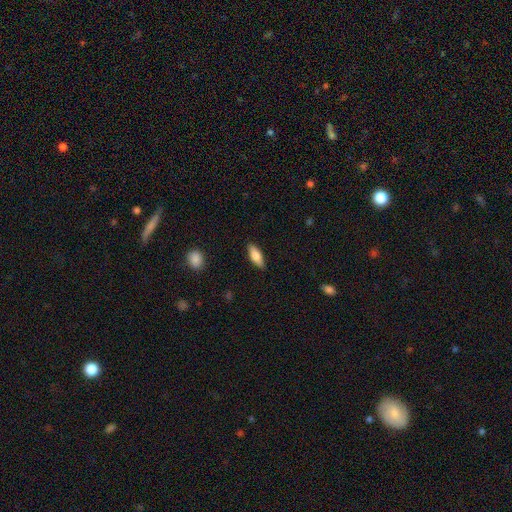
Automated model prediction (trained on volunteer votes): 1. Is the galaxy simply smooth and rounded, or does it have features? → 76% smooth, 18% featured or disk, 6% star or artifact.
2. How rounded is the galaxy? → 69% in between, 29% cigar-shaped, 2% round.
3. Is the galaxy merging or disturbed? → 88% none, 9% minor disturbance, 2% major disturbance, 1% merger.